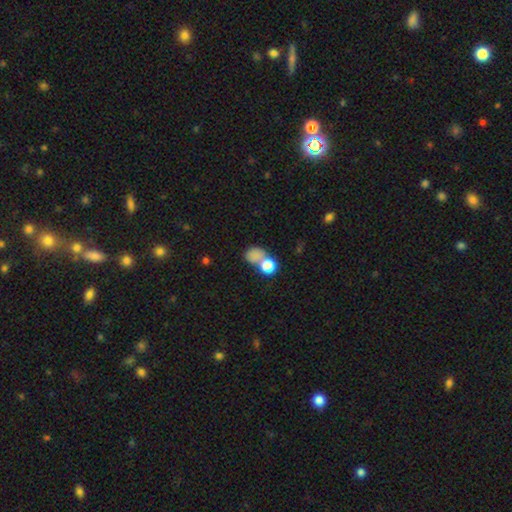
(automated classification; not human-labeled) This appears to be a smooth galaxy with no disk features (74%) that is round (52%). Merging: merger (41%).